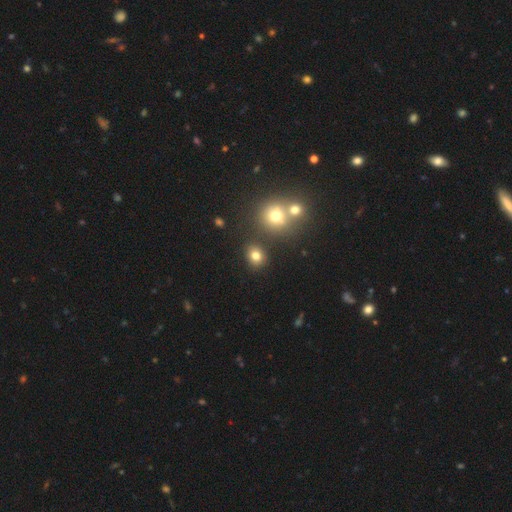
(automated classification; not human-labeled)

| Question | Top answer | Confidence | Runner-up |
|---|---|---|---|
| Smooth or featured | smooth | 77% | star or artifact (15%) |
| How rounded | round | 67% | in between (32%) |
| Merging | none | 80% | minor disturbance (9%) |